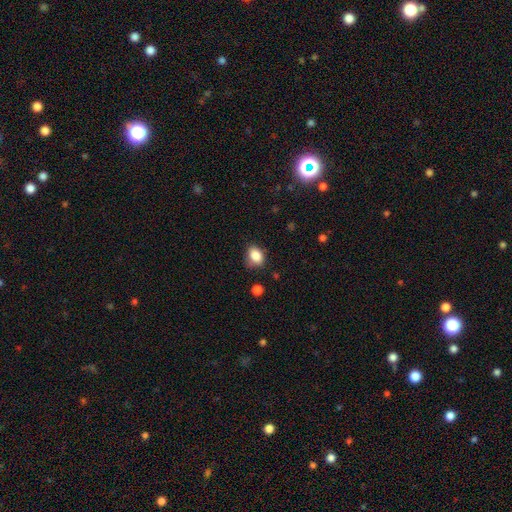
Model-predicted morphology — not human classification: smooth 85%, star or artifact 9%, featured or disk 6%. Down the decision tree: how rounded — in between (68%); merging — none (70%).